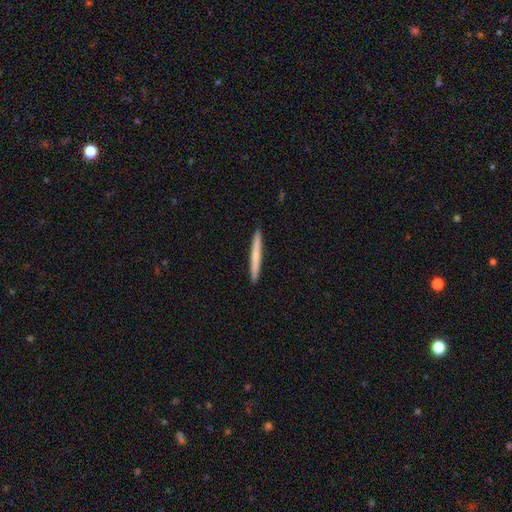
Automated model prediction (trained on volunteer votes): A smooth galaxy with no disk features (62%) that is cigar-shaped (97%). Merging: none (93%).